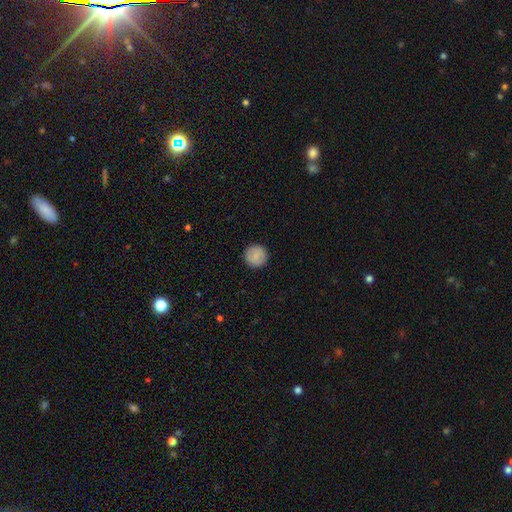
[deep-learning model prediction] The model was most divided on "smooth or featured": smooth: 76%, featured or disk: 17%, star or artifact: 7%. More confident: how rounded — round (95%); merging — none (91%).